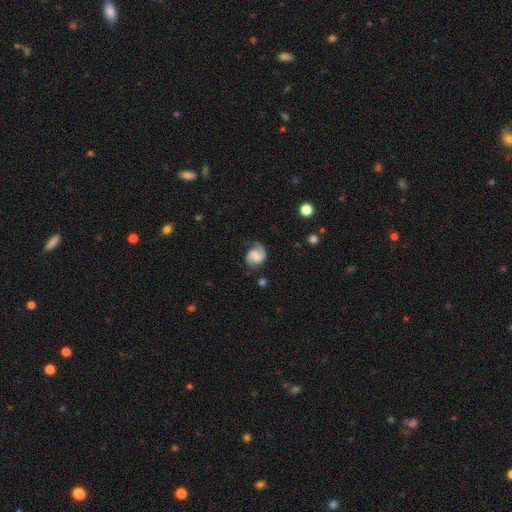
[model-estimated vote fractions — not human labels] The model was most divided on "bar": no: 46%, weak: 42%, strong: 11%. Remaining: edge-on disk — no (98%); spiral arms — yes (96%); spiral arm count — 2 (76%); smooth or featured — featured or disk (75%); merging — none (65%); spiral winding — medium (47%); bulge size — none (37%).